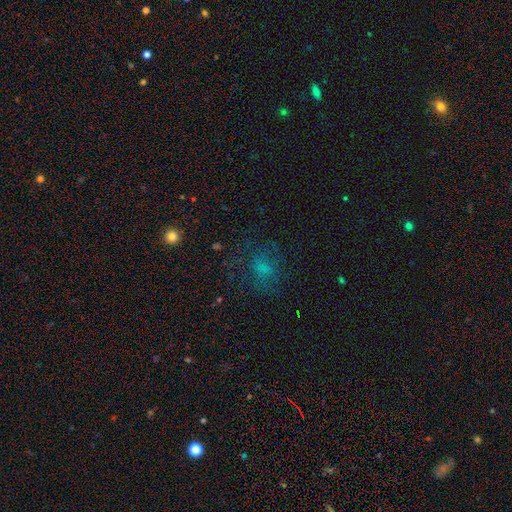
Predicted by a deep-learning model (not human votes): Overall: smooth (48%; star or artifact 35%). Merging: none (71%).